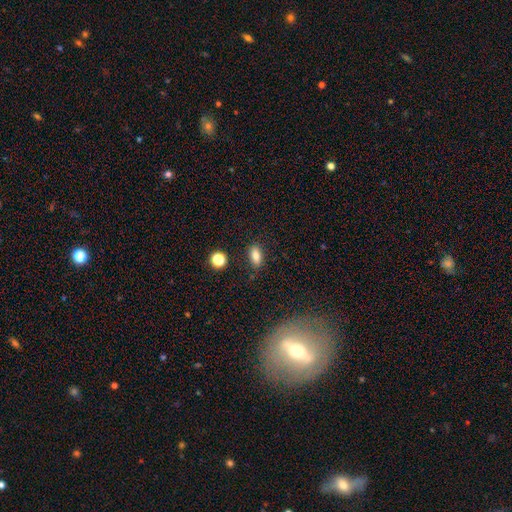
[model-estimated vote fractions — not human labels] smooth 81%, star or artifact 10%, featured or disk 9%. Down the decision tree: how rounded — in between (83%); merging — none (84%).